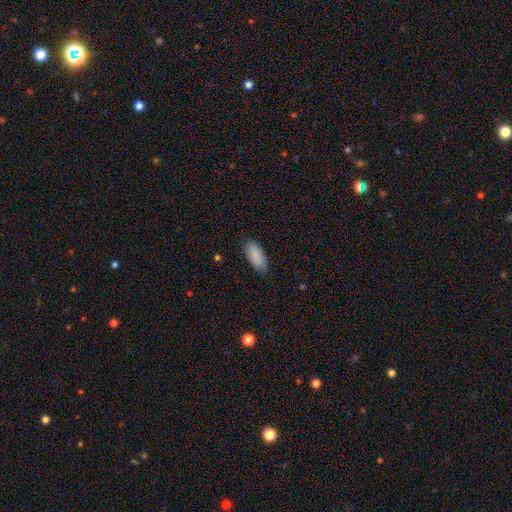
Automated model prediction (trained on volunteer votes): smooth 88%, featured or disk 6%, star or artifact 6%. Down the decision tree: how rounded — in between (88%); merging — none (85%).